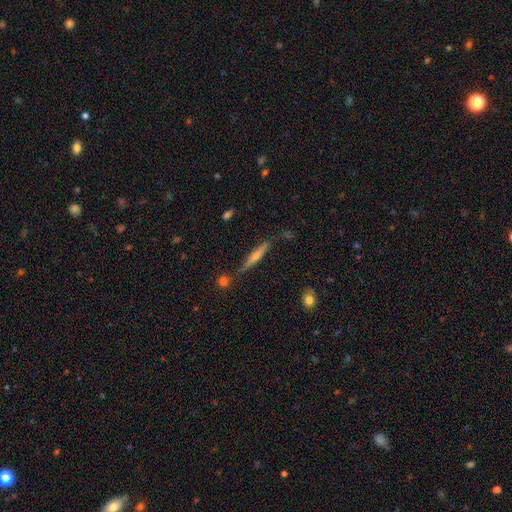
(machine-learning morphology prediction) Smooth or featured: featured or disk — 60% (smooth — 32%)
Edge-on disk: yes — 96% (no — 4%)
Edge-on bulge: rounded — 74% (none — 19%)
Merging: none — 82% (minor disturbance — 12%)